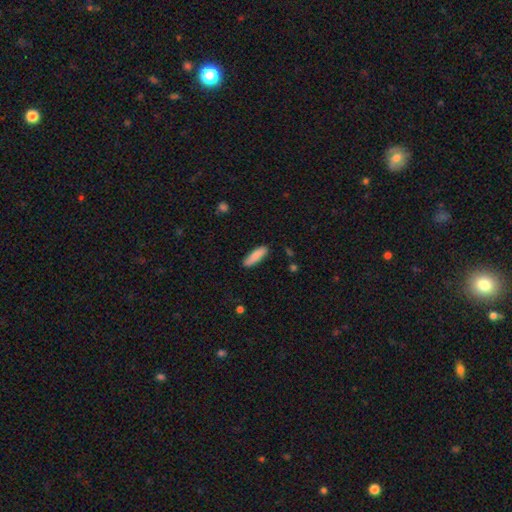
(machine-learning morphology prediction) type=smooth (86%); roundness=cigar-shaped (63%); merging=none (87%).